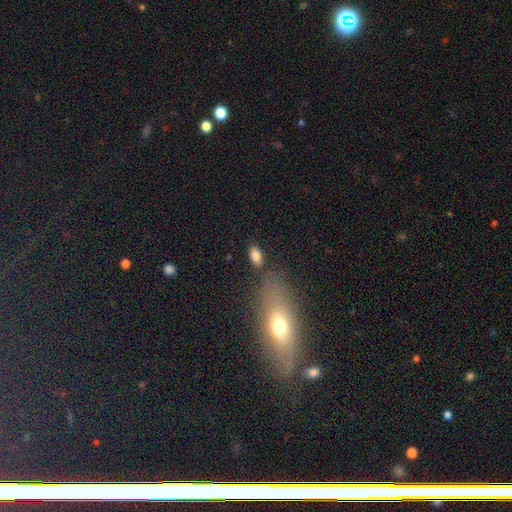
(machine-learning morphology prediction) Smooth or featured?
  - smooth: 84% *
  - star or artifact: 9%
  - featured or disk: 7%
How rounded?
  - in between: 92% *
  - round: 5%
  - cigar-shaped: 3%
Merging?
  - none: 78% *
  - minor disturbance: 12%
  - merger: 5%
  - major disturbance: 4%